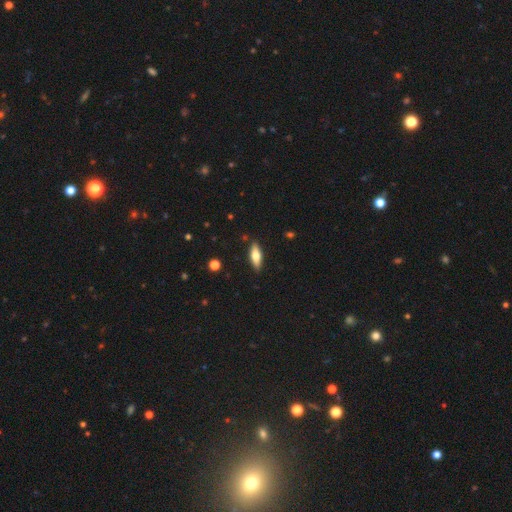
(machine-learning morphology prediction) A smooth galaxy with no disk features (64%) that is in between round and cigar-shaped (61%).

Vote fractions:
- Smooth or featured? smooth: 64% / featured or disk: 30% / star or artifact: 6%
- How rounded? in between: 61% / cigar-shaped: 37% / round: 2%
- Merging? none: 88% / minor disturbance: 9% / major disturbance: 2% / merger: 1%